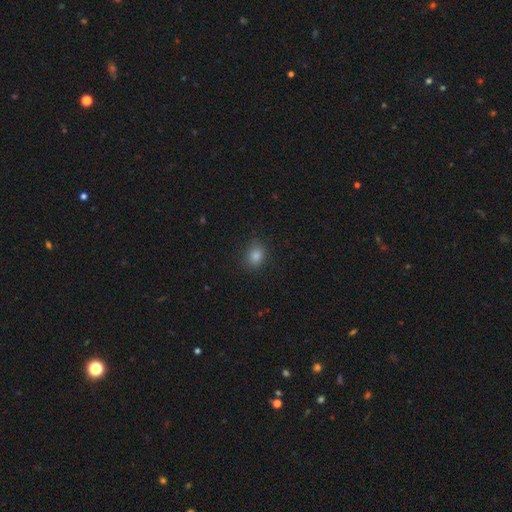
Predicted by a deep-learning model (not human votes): The model was most divided on "how rounded": round: 58%, in between: 40%, cigar-shaped: 1%. More confident: merging — none (86%); smooth or featured — smooth (80%).